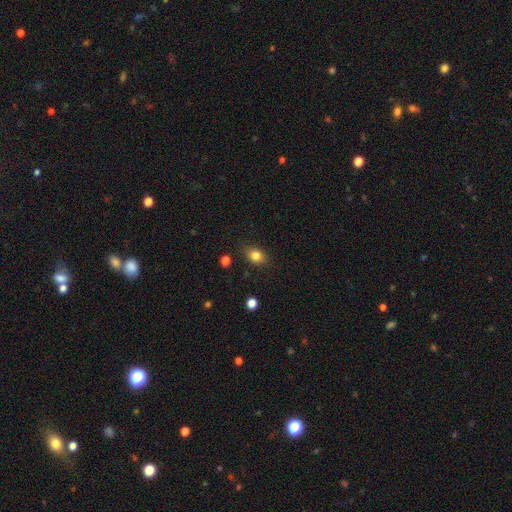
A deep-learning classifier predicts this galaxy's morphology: This appears to be a smooth galaxy with no disk features (81%) that is in between round and cigar-shaped (64%). Merging: none (83%).